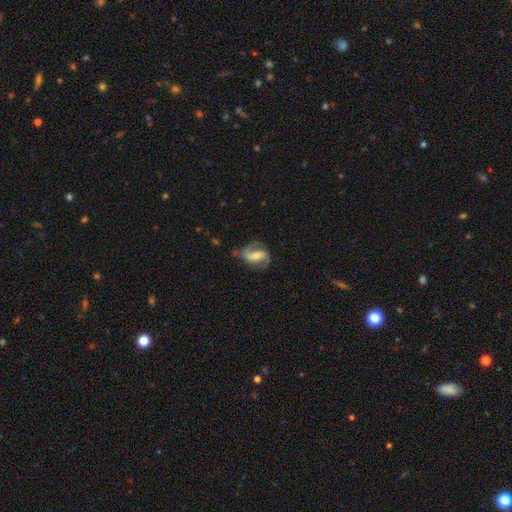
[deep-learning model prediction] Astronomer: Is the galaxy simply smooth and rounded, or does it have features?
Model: featured or disk — 81%.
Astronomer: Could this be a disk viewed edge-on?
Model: no — 97%.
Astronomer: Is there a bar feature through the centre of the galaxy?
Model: weak — 43% (runner-up: strong, 30%).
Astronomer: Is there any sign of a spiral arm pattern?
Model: yes — 94%.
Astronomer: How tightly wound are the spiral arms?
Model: loose — 47% (runner-up: medium, 41%).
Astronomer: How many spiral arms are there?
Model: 2 — 90%.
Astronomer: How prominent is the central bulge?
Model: moderate — 50% (runner-up: small, 39%).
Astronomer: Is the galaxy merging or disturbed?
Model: none — 69%.